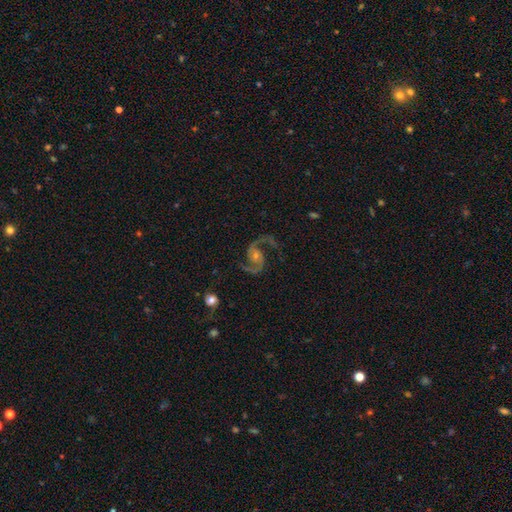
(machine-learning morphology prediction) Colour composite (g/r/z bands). It shows a featured or disk galaxy (92%) with no bar (58%), 2 (94%) medium (58%) spiral arms (98%) and a small central bulge (56%). Merging: none (77%).